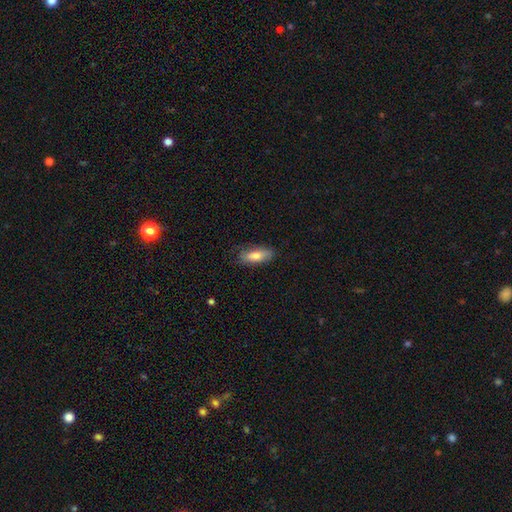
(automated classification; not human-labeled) This appears to be a smooth galaxy with no disk features (77%) that is in between round and cigar-shaped (71%). Merging: none (77%).